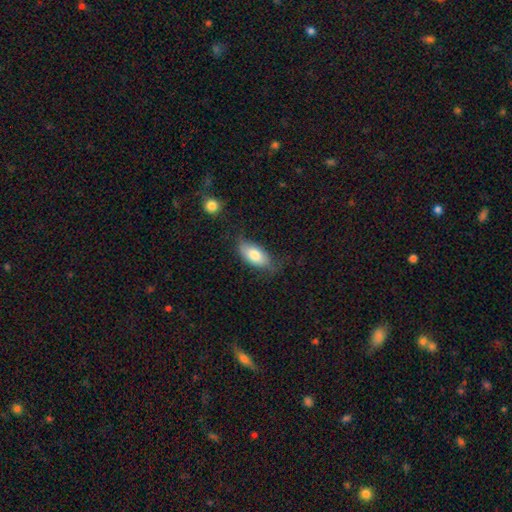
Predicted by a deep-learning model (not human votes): A smooth galaxy with no disk features (77%) that is in between round and cigar-shaped (90%). Merging: none (59%).